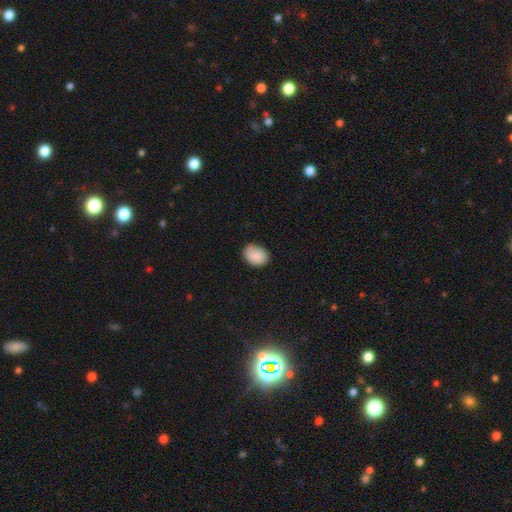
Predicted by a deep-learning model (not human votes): The model was most divided on "how rounded": in between: 69%, round: 30%, cigar-shaped: 1%. More confident: smooth or featured — smooth (89%); merging — none (82%).